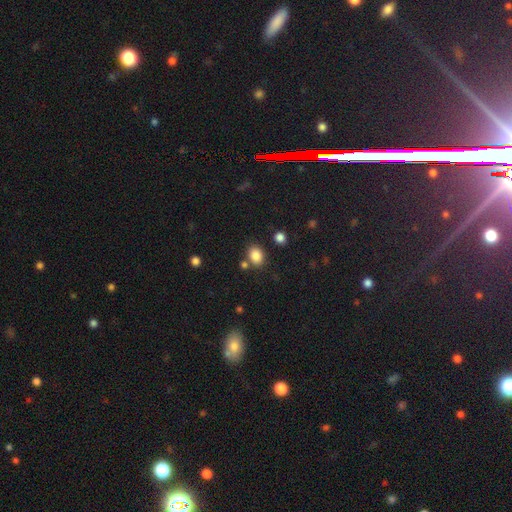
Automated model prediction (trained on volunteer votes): A smooth galaxy with no disk features (85%) that is in between round and cigar-shaped (60%).

Vote fractions:
- Smooth or featured? smooth: 85% / star or artifact: 10% / featured or disk: 4%
- How rounded? in between: 60% / round: 40% / cigar-shaped: 1%
- Merging? none: 75% / minor disturbance: 11% / merger: 10% / major disturbance: 4%